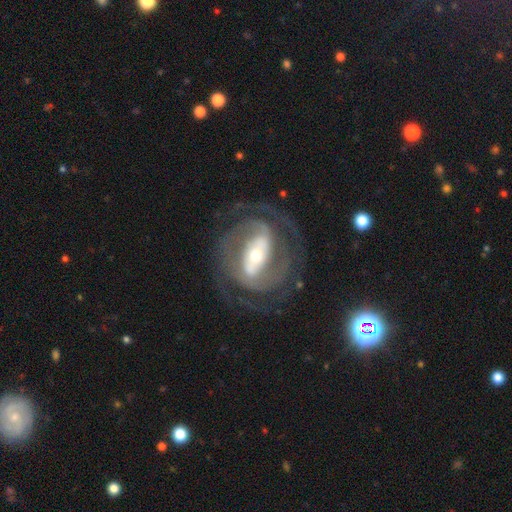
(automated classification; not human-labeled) This appears to be a featured or disk galaxy (86%) with a strong bar (53%), 2 (62%) tight (50%) spiral arms (91%) and a small central bulge (45%). Merging: none (73%).